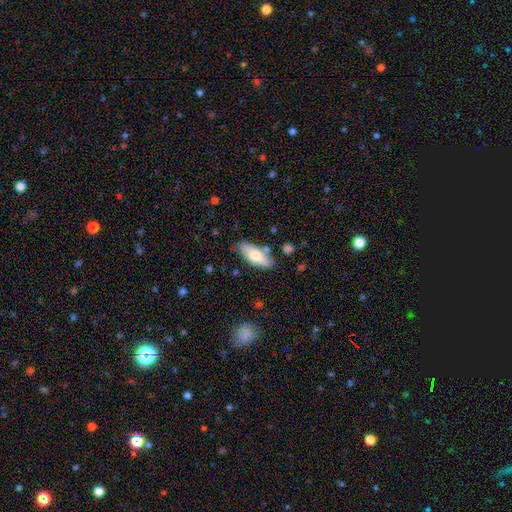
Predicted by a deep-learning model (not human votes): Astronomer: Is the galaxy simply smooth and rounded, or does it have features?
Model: smooth — 69%.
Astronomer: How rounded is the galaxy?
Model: in between — 77%.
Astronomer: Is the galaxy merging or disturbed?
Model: none — 77%.